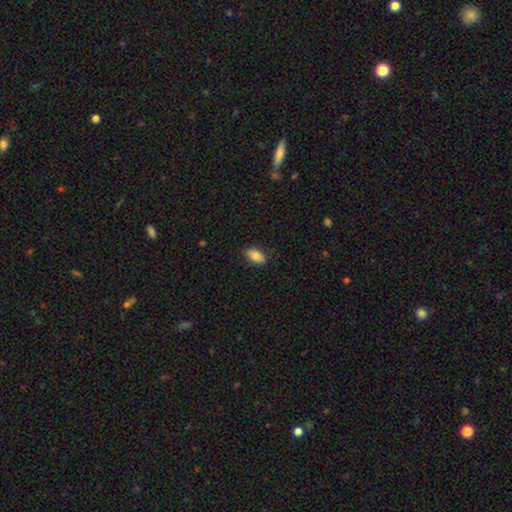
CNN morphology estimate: The model was most divided on "smooth or featured": smooth: 82%, featured or disk: 10%, star or artifact: 7%. More confident: how rounded — in between (91%); merging — none (87%).